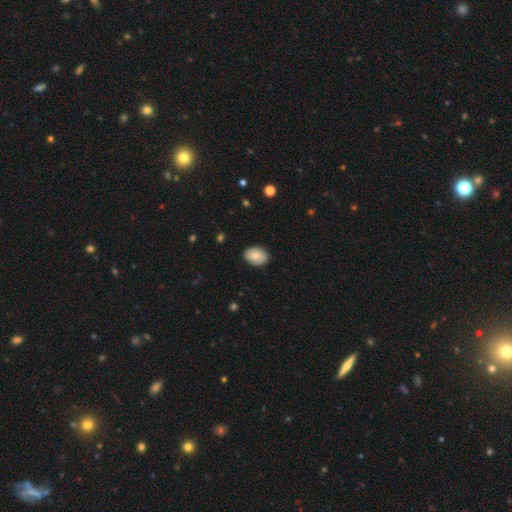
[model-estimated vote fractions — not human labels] This appears to be a smooth galaxy with no disk features (76%) that is in between round and cigar-shaped (81%). Merging: none (86%).